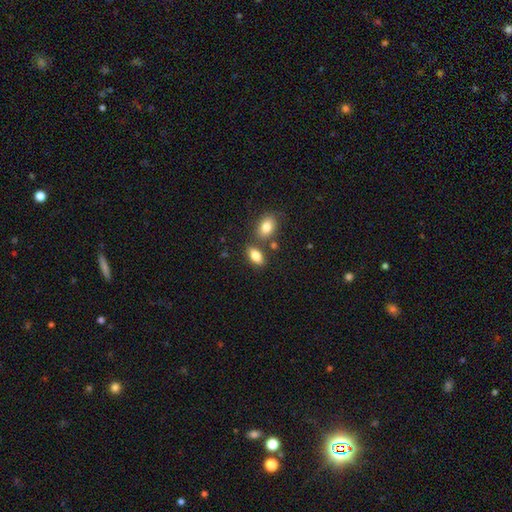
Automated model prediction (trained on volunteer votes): A smooth galaxy with no disk features (80%) that is in between round and cigar-shaped (87%).

Vote fractions:
- Smooth or featured? smooth: 80% / featured or disk: 12% / star or artifact: 8%
- How rounded? in between: 87% / round: 7% / cigar-shaped: 6%
- Merging? none: 69% / merger: 16% / minor disturbance: 11% / major disturbance: 3%